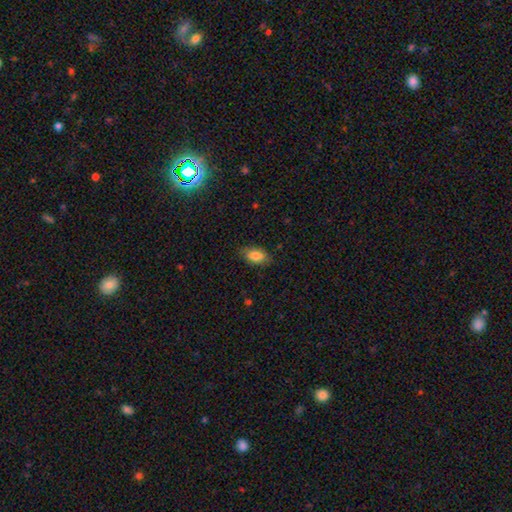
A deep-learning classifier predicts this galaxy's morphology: Smooth or featured? smooth (83%)
How rounded? in between (91%)
Merging? none (82%)